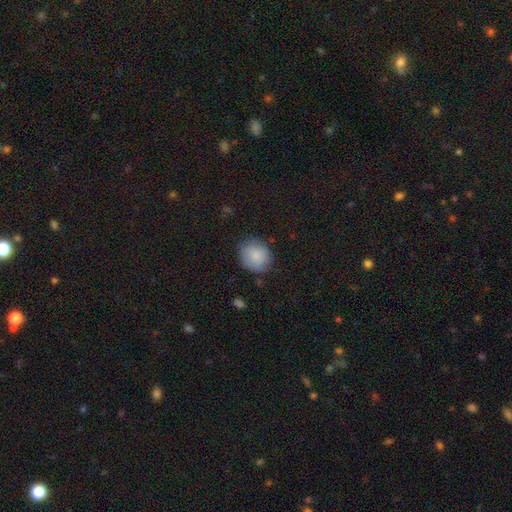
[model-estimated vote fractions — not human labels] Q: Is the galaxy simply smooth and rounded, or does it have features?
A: smooth — 83%.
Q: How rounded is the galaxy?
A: round — 80%.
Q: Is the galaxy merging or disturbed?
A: none — 74%.